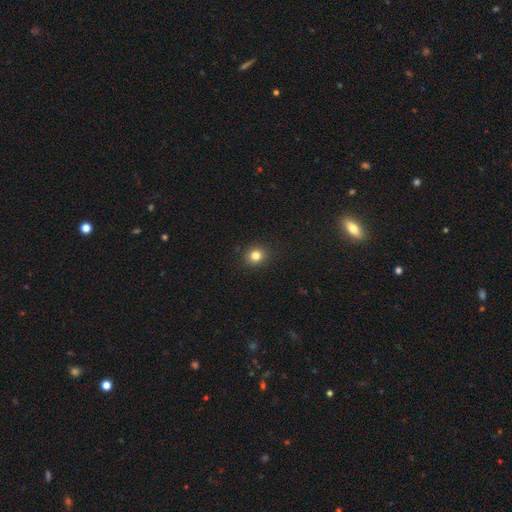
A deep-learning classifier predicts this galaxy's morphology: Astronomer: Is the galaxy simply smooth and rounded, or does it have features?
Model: smooth — 81%.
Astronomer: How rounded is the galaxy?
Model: round — 80%.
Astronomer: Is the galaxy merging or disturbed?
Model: none — 91%.